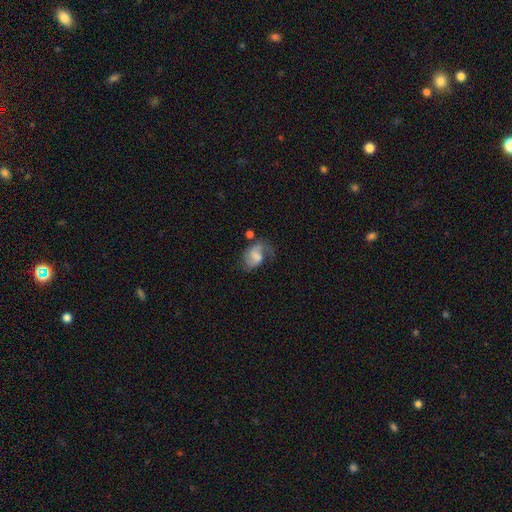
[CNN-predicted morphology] Smooth or featured? Predicted: featured or disk (p=0.59). Edge-on disk? Predicted: no (p=0.97). Bar? Predicted: weak (p=0.47). Spiral arms? Predicted: yes (p=0.86). Bulge size? Predicted: none (p=0.39). Merging? Predicted: none (p=0.42).